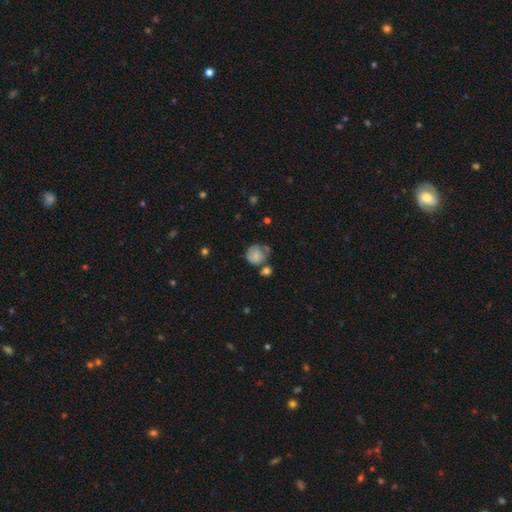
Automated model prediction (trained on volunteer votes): Q: Smooth or featured?
A: smooth (69%); runner-up: featured or disk (23%)
Q: How rounded?
A: round (82%); runner-up: in between (18%)
Q: Merging?
A: none (45%); runner-up: minor disturbance (26%)